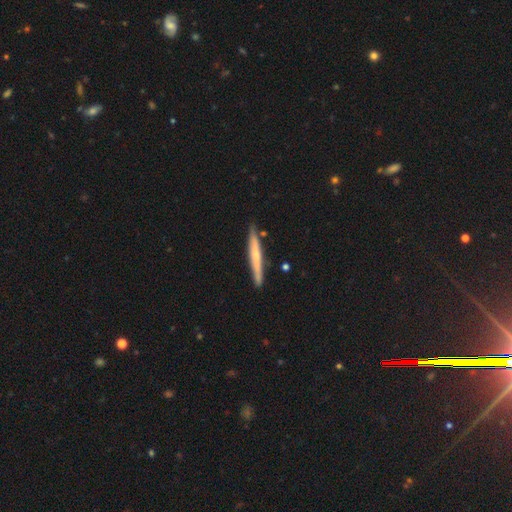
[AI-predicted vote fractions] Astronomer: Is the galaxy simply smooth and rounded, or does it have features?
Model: featured or disk — 49% (runner-up: smooth, 46%).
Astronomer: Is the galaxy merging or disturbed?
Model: none — 86%.